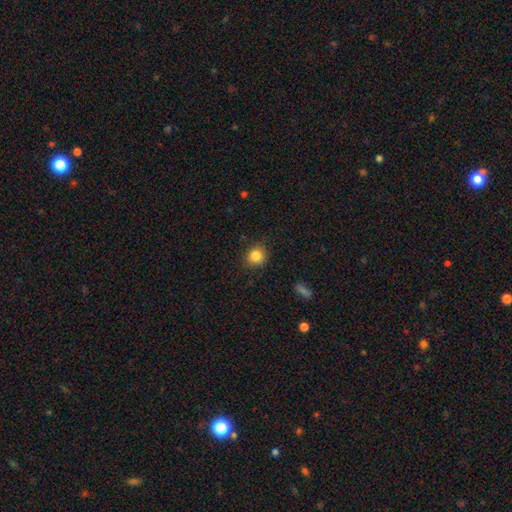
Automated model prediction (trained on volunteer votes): This is clearly a smooth galaxy (84%). How rounded: clearly round (88%). Merging: clearly none (87%).